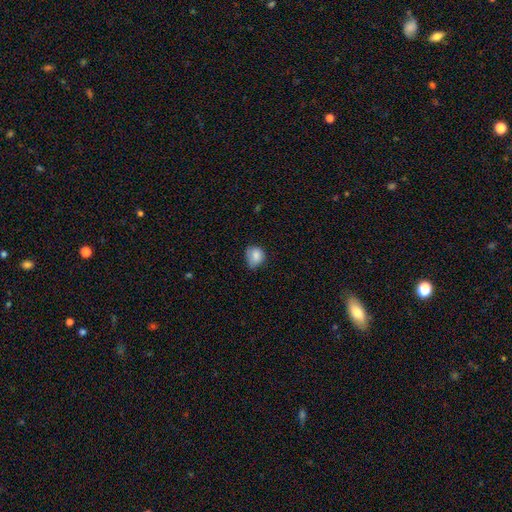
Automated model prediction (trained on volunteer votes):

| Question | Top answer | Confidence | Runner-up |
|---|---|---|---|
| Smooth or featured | smooth | 83% | star or artifact (9%) |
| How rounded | round | 61% | in between (38%) |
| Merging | none | 48% | minor disturbance (40%) |